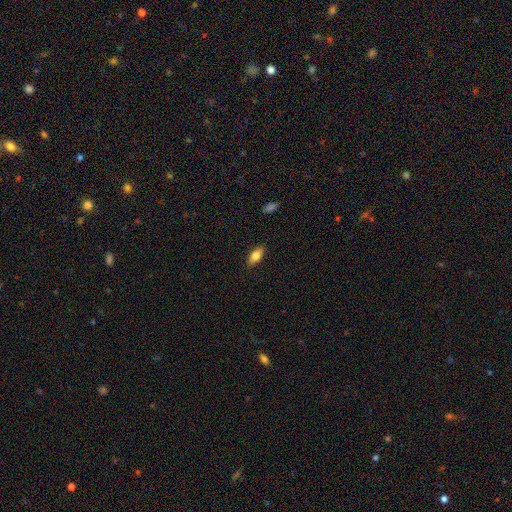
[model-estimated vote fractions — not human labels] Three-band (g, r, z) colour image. It shows a smooth galaxy with no disk features (79%) that is in between round and cigar-shaped (84%). Merging: none (88%).